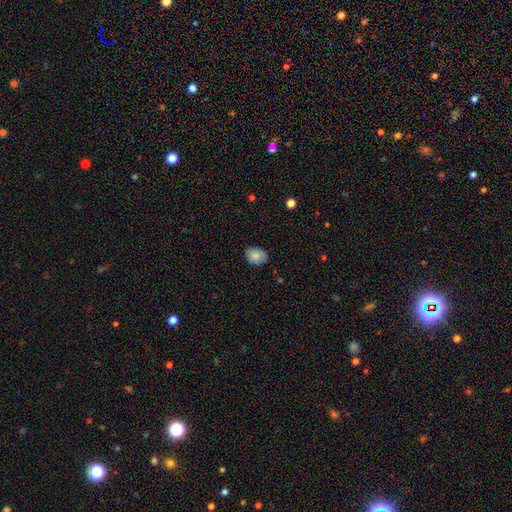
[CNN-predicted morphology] Smooth or featured? smooth (82%)
How rounded? in between (52%)
Merging? none (80%)